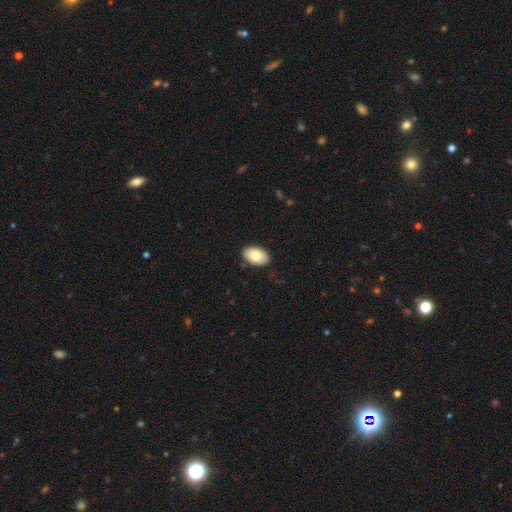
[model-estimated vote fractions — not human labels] The model was most divided on "smooth or featured": smooth: 82%, featured or disk: 12%, star or artifact: 6%. More confident: how rounded — in between (94%); merging — none (87%).